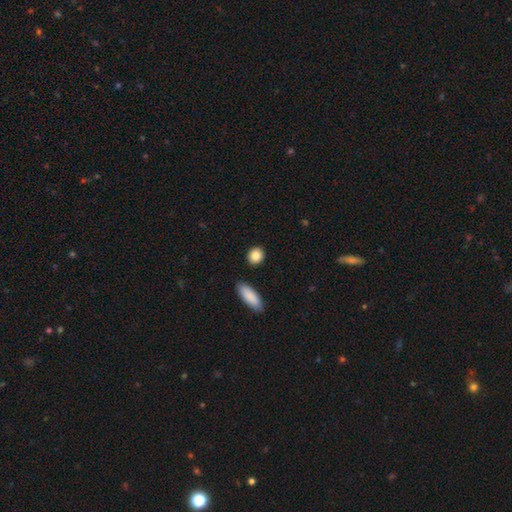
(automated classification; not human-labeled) Smooth or featured: smooth — 87% (star or artifact — 8%)
How rounded: round — 61% (in between — 35%)
Merging: none — 88% (minor disturbance — 7%)